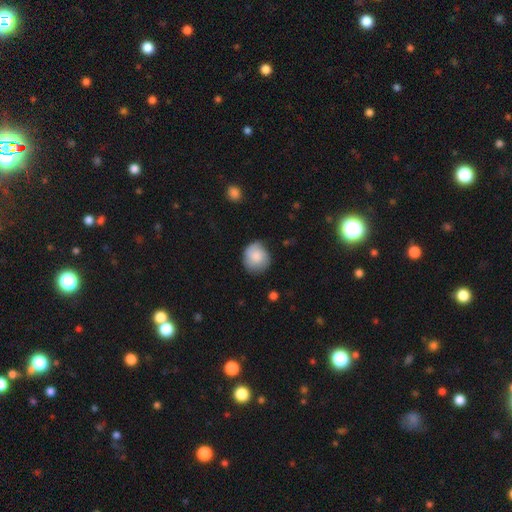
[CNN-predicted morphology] This is likely a smooth galaxy (78%). How rounded: clearly round (83%). Merging: likely none (68%).